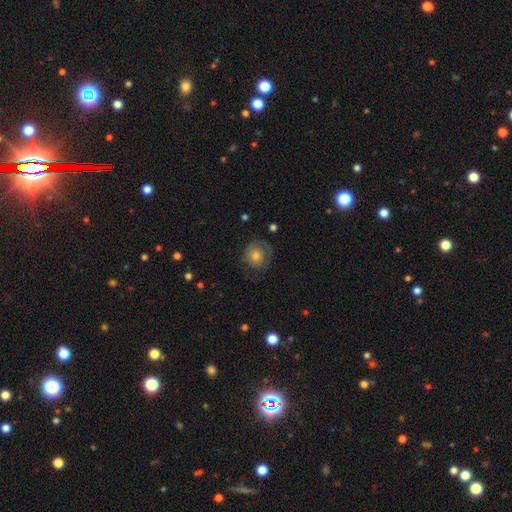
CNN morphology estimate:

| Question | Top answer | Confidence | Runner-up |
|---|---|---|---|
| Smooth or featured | smooth | 53% | featured or disk (36%) |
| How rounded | round | 87% | in between (13%) |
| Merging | none | 72% | minor disturbance (17%) |